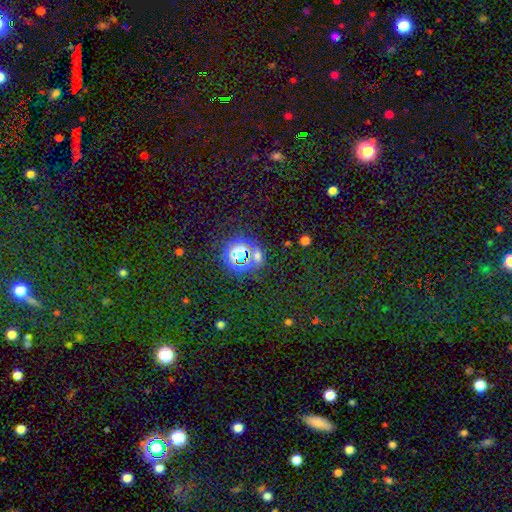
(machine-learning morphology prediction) star or artifact 58%, smooth 30%, featured or disk 12%.